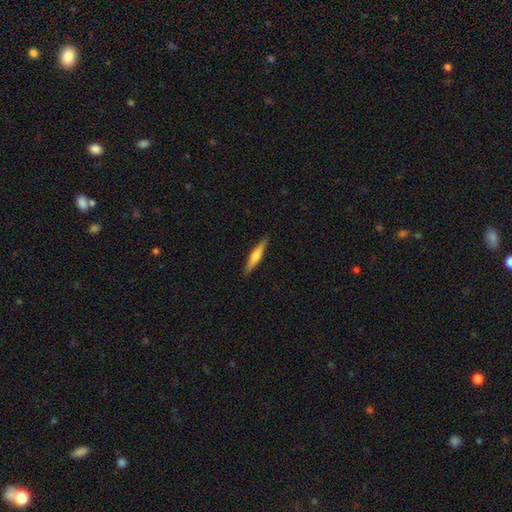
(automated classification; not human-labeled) Q: Smooth or featured?
A: smooth (48%); runner-up: featured or disk (47%)
Q: Merging?
A: none (89%); runner-up: minor disturbance (8%)